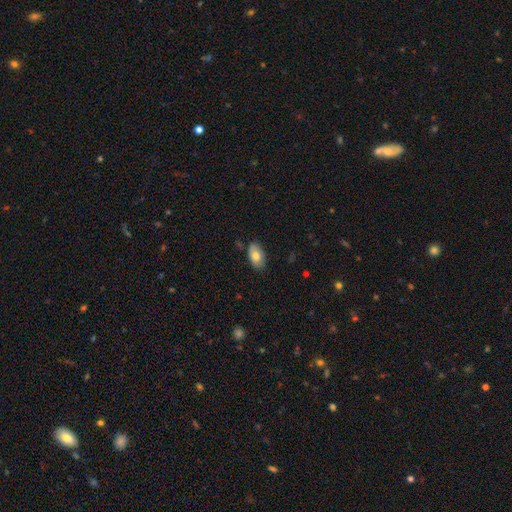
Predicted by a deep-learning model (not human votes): Morphology: type=smooth (75%); roundness=in between (93%); merging=none (80%).